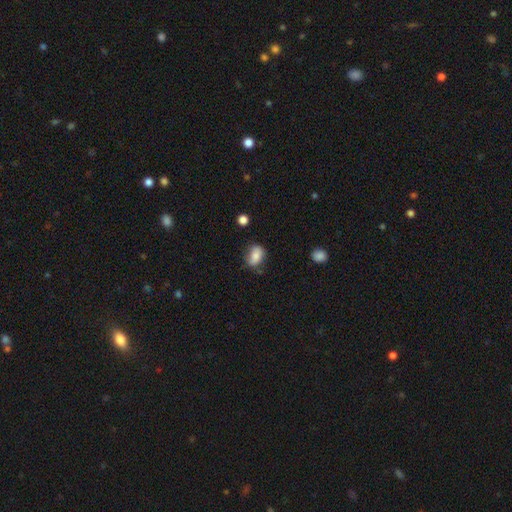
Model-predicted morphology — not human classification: smooth-or-featured: smooth: 80% | featured or disk: 11% | star or artifact: 9%
  how-rounded: in between: 75% | round: 23% | cigar-shaped: 2%
  merging: none: 58% | minor disturbance: 30% | major disturbance: 8% | merger: 4%